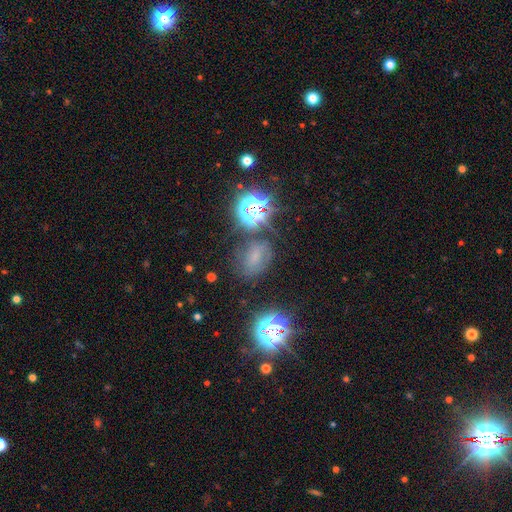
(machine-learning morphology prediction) smooth-or-featured: star or artifact: 40% | smooth: 38% | featured or disk: 22%